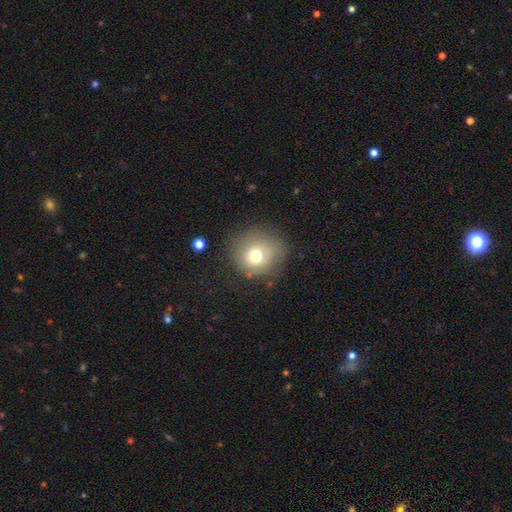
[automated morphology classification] This is likely a smooth galaxy (71%). How rounded: clearly round (87%). Merging: likely none (71%).